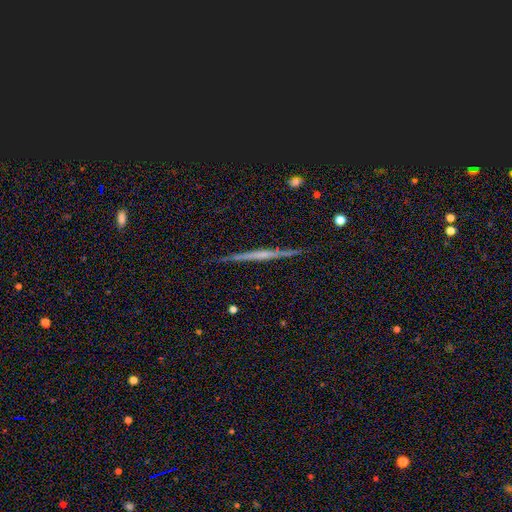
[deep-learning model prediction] Q: Smooth or featured?
A: featured or disk (69%); runner-up: smooth (20%)
Q: Edge-on disk?
A: yes (98%); runner-up: no (2%)
Q: Edge-on bulge?
A: none (56%); runner-up: rounded (33%)
Q: Merging?
A: none (91%); runner-up: minor disturbance (6%)